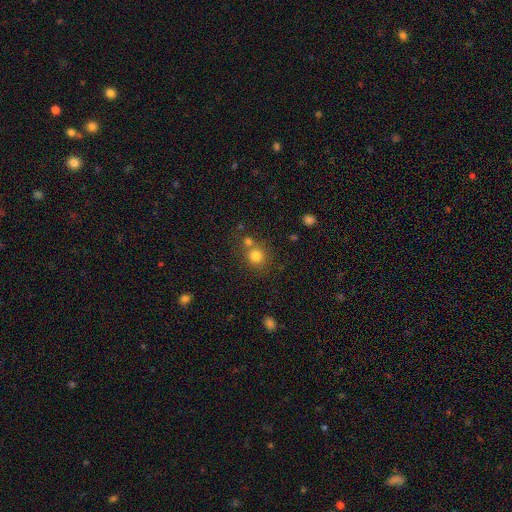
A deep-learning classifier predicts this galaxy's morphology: Smooth or featured? smooth (79%)
How rounded? round (88%)
Merging? none (62%)